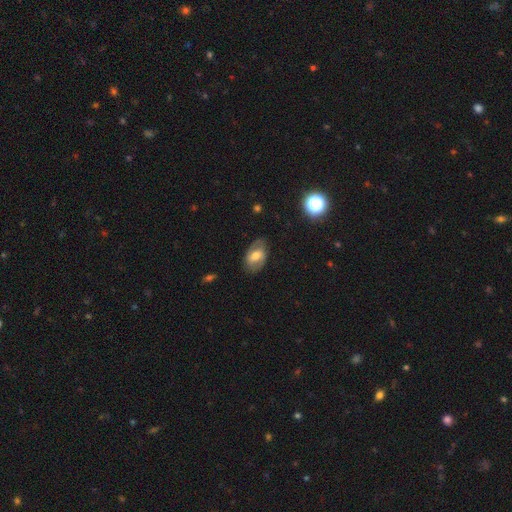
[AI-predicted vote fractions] A featured or disk galaxy (49%).

Vote fractions:
- Smooth or featured? featured or disk: 49% / smooth: 43% / star or artifact: 8%
- Merging? none: 74% / minor disturbance: 18% / major disturbance: 6% / merger: 1%